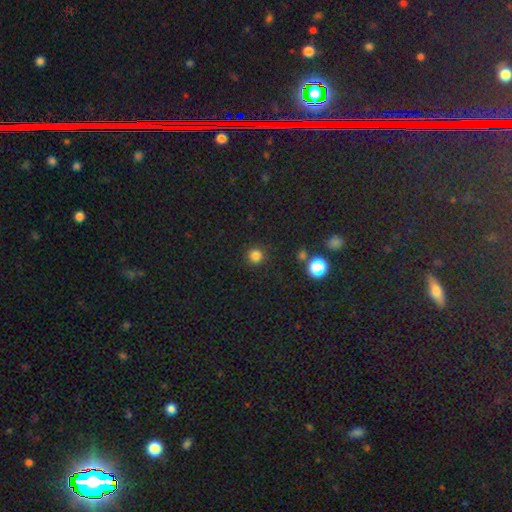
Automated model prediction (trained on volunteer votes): This appears to be a smooth galaxy with no disk features (82%) that is round (94%). Merging: none (90%).